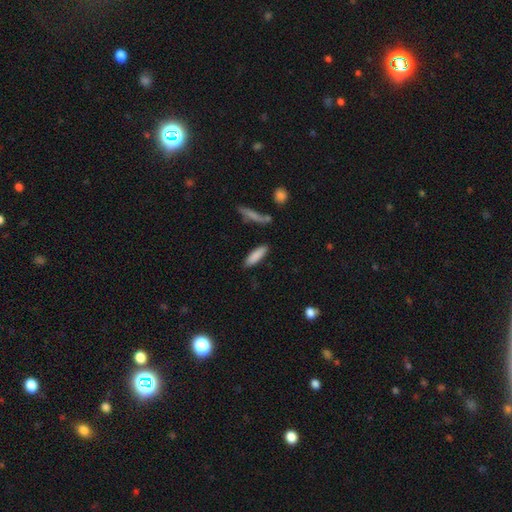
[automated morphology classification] Smooth or featured?
  - smooth: 85% *
  - featured or disk: 8%
  - star or artifact: 7%
How rounded?
  - cigar-shaped: 56% *
  - in between: 42%
  - round: 2%
Merging?
  - none: 83% *
  - minor disturbance: 10%
  - merger: 4%
  - major disturbance: 3%